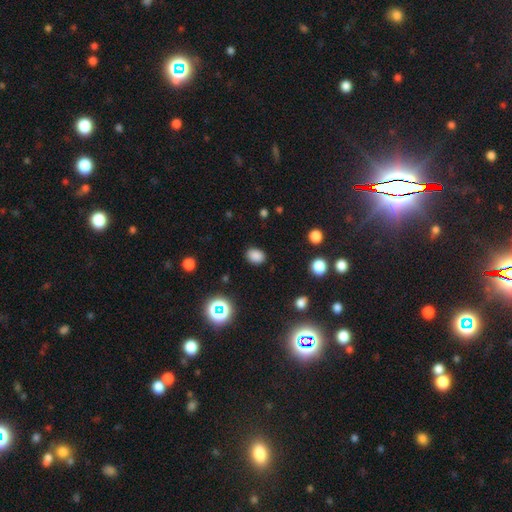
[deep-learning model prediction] Smooth or featured?
  - smooth: 83% *
  - star or artifact: 13%
  - featured or disk: 4%
How rounded?
  - in between: 64% *
  - round: 35%
  - cigar-shaped: 1%
Merging?
  - none: 87% *
  - minor disturbance: 9%
  - major disturbance: 3%
  - merger: 1%